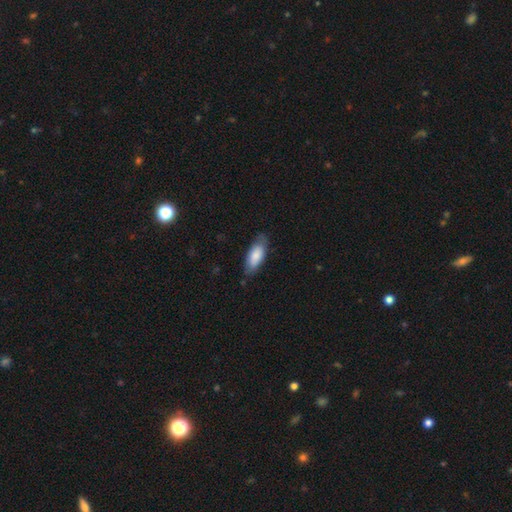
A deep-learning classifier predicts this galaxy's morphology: This appears to be a smooth galaxy with no disk features (80%) that is in between round and cigar-shaped (81%). Merging: none (73%).